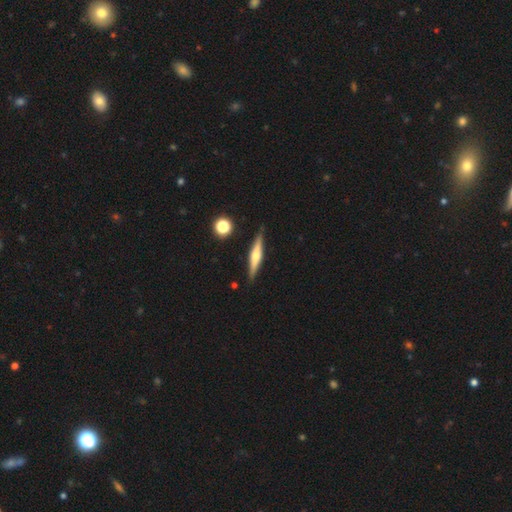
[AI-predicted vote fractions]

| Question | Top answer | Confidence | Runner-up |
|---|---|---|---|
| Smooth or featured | featured or disk | 65% | smooth (29%) |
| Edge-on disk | yes | 97% | no (3%) |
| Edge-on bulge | rounded | 87% | boxy (8%) |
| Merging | none | 88% | minor disturbance (9%) |